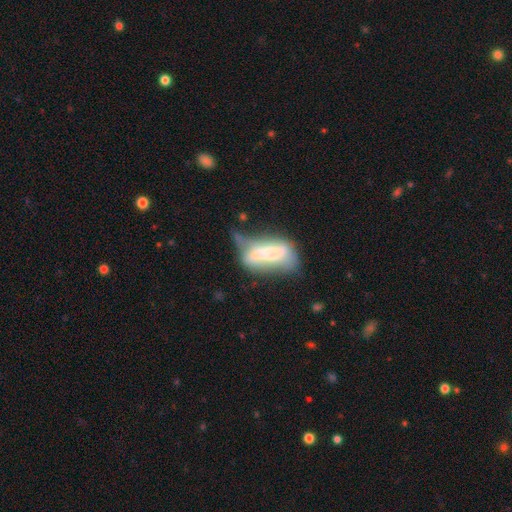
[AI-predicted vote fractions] A featured or disk galaxy (50%). Merging: major disturbance (32%).